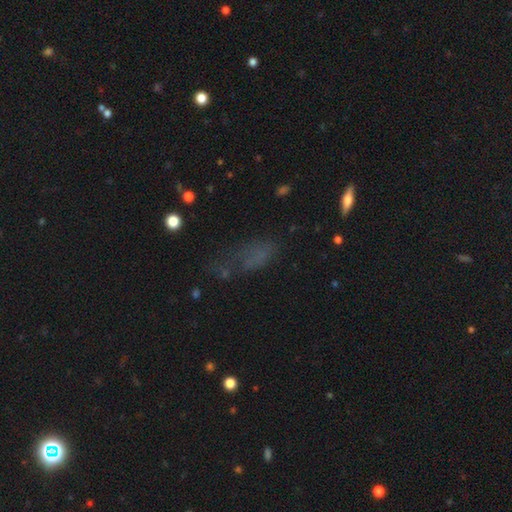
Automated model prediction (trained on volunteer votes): smooth-or-featured: smooth: 54% | star or artifact: 24% | featured or disk: 22%
  how-rounded: in between: 69% | cigar-shaped: 23% | round: 8%
  merging: none: 45% | major disturbance: 27% | minor disturbance: 24% | merger: 5%